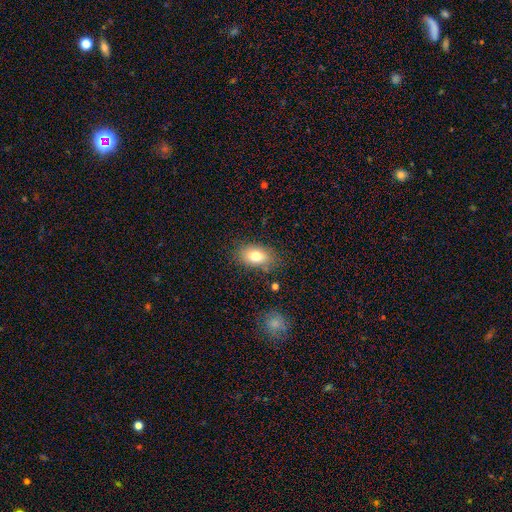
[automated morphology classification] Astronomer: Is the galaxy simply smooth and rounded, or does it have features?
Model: smooth — 77%.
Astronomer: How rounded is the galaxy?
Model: in between — 86%.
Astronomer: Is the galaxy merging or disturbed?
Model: none — 80%.